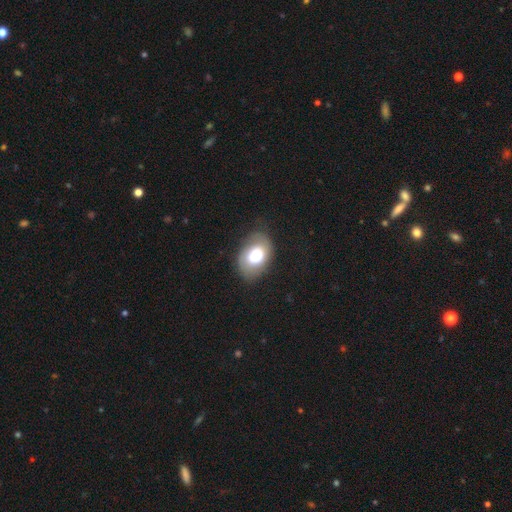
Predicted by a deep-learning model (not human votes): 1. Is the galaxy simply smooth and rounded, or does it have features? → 69% smooth, 23% featured or disk, 7% star or artifact.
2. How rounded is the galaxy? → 83% in between, 16% round, 1% cigar-shaped.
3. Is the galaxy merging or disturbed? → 68% none, 22% minor disturbance, 9% major disturbance, 2% merger.